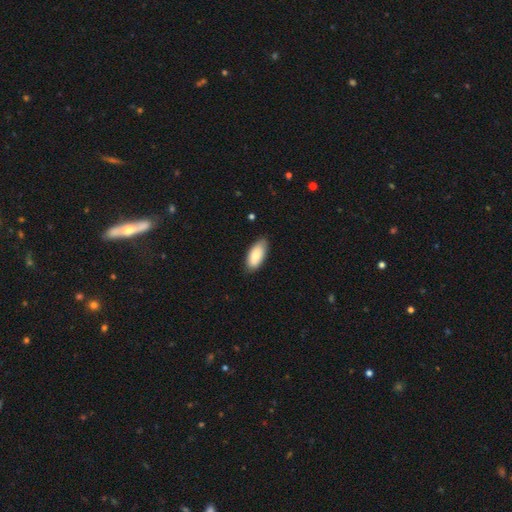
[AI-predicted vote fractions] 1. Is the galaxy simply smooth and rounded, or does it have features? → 82% smooth, 12% featured or disk, 6% star or artifact.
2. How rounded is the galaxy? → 90% in between, 8% cigar-shaped, 2% round.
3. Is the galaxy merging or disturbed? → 80% none, 16% minor disturbance, 2% major disturbance, 1% merger.